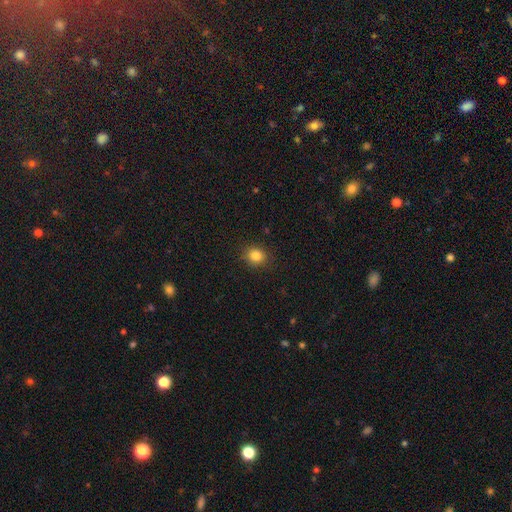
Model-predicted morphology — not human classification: Overall: smooth (85%). How rounded: round (75%). Merging: none (88%).